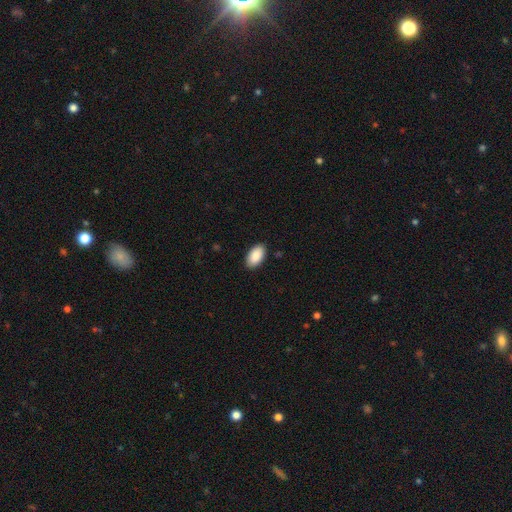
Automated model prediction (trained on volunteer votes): smooth_or_featured: smooth (p=0.90) [alt: star or artifact p=0.06]
how_rounded: in between (p=0.96) [alt: round p=0.03]
merging: none (p=0.90) [alt: minor disturbance p=0.08]